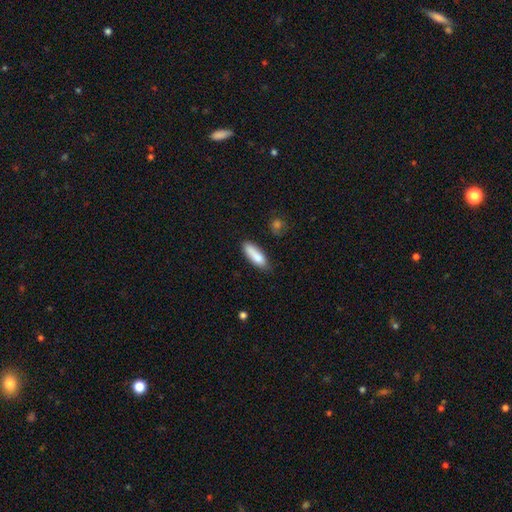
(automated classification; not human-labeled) Q: Smooth or featured?
A: smooth (84%); runner-up: featured or disk (9%)
Q: How rounded?
A: in between (50%); runner-up: cigar-shaped (48%)
Q: Merging?
A: none (70%); runner-up: minor disturbance (22%)